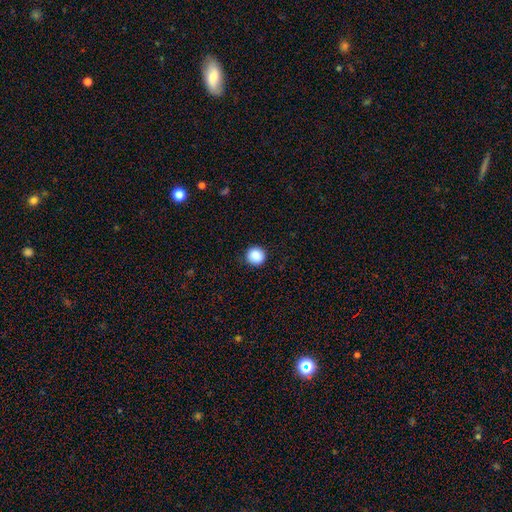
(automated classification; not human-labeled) A smooth galaxy with no disk features (88%) that is round (93%).

Vote fractions:
- Smooth or featured? smooth: 88% / star or artifact: 9% / featured or disk: 3%
- How rounded? round: 93% / in between: 6% / cigar-shaped: 1%
- Merging? none: 90% / minor disturbance: 7% / major disturbance: 2% / merger: 1%